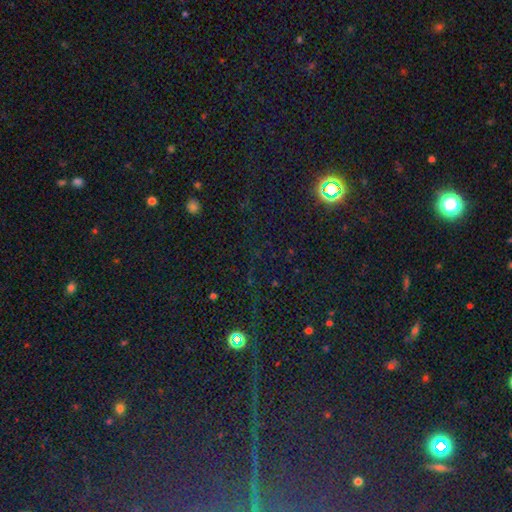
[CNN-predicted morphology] Smooth or featured? Predicted: star or artifact (p=0.78).